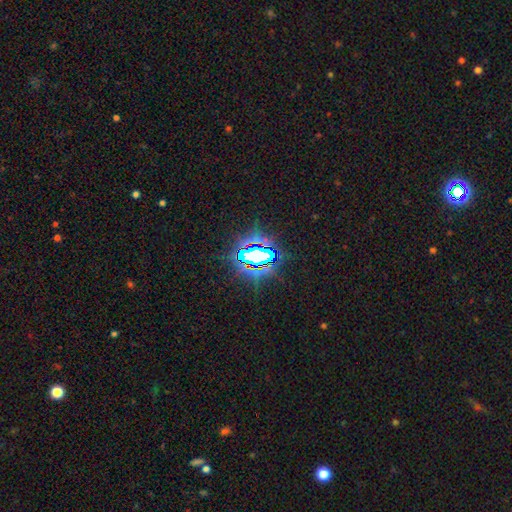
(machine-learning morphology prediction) The model was most divided on "smooth or featured": star or artifact: 72%, smooth: 16%, featured or disk: 12%.